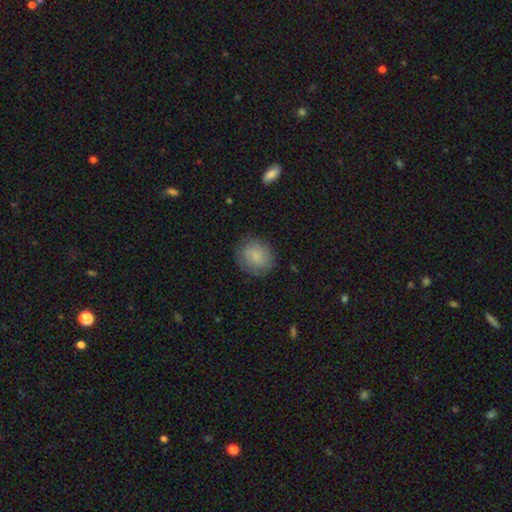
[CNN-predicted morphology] Smooth or featured?
  - smooth: 75% *
  - featured or disk: 17%
  - star or artifact: 8%
How rounded?
  - round: 72% *
  - in between: 27%
  - cigar-shaped: 1%
Merging?
  - none: 79% *
  - minor disturbance: 15%
  - major disturbance: 5%
  - merger: 1%